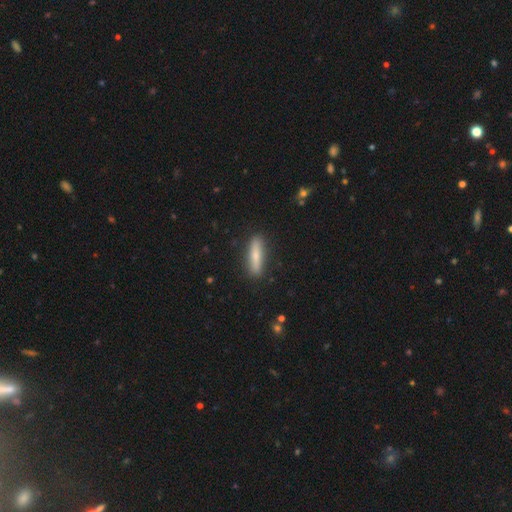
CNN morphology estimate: smooth-or-featured: smooth: 69% | featured or disk: 25% | star or artifact: 6%
  how-rounded: cigar-shaped: 78% | in between: 20% | round: 2%
  merging: none: 88% | minor disturbance: 9% | major disturbance: 2% | merger: 1%